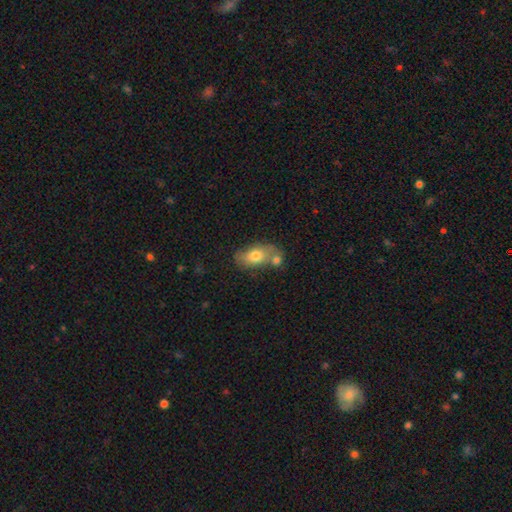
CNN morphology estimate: smooth-or-featured: smooth: 70% | featured or disk: 22% | star or artifact: 8%
  how-rounded: in between: 85% | round: 11% | cigar-shaped: 4%
  merging: none: 43% | merger: 36% | minor disturbance: 15% | major disturbance: 6%